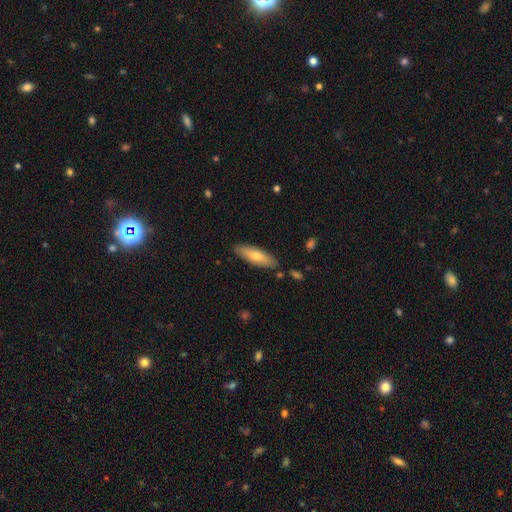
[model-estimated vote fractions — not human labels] This appears to be a smooth galaxy with no disk features (69%) that is cigar-shaped (51%). Merging: none (86%).